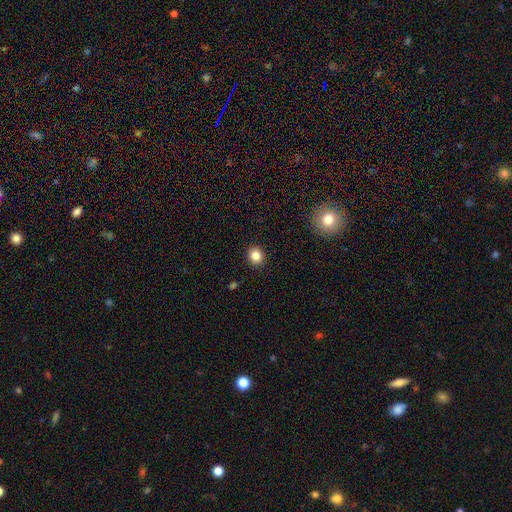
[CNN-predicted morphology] Smooth or featured? smooth (84%)
How rounded? round (77%)
Merging? none (91%)